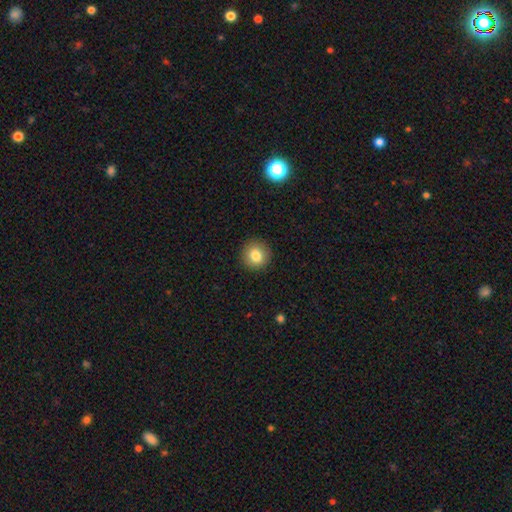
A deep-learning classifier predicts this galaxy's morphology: type=smooth (83%); roundness=round (92%); merging=none (92%).